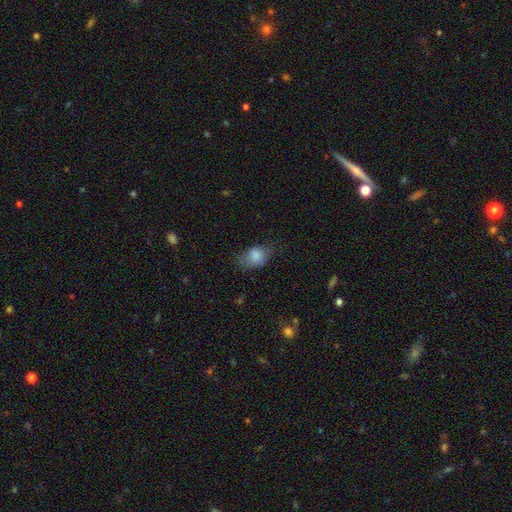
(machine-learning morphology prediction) smooth-or-featured: smooth: 82% | featured or disk: 10% | star or artifact: 8%
  how-rounded: in between: 73% | round: 25% | cigar-shaped: 2%
  merging: none: 57% | minor disturbance: 30% | major disturbance: 12% | merger: 1%